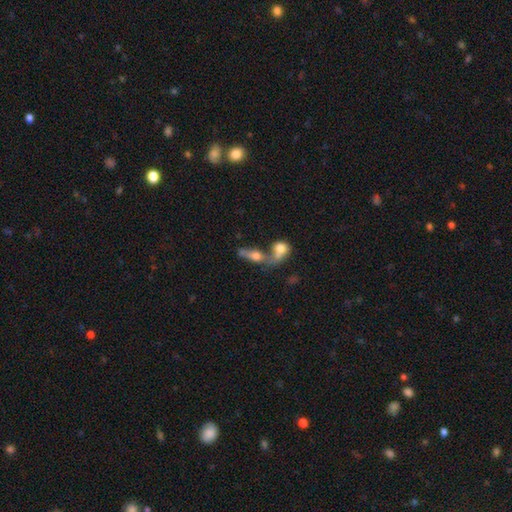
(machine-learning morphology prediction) Smooth or featured? smooth (53%)
How rounded? in between (57%)
Merging? merger (61%)